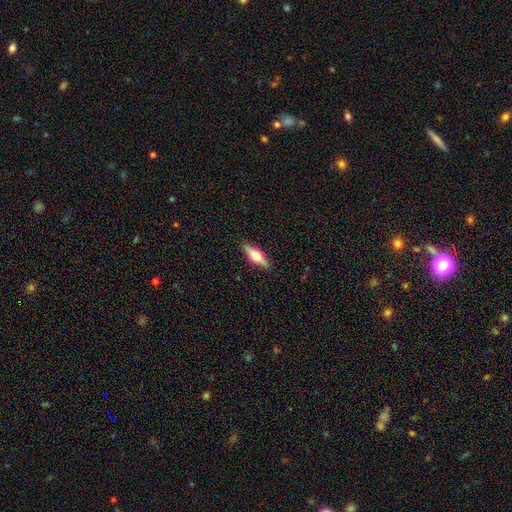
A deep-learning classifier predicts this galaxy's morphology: This appears to be a featured or disk galaxy (55%) viewed edge-on (94%) with a rounded central bulge (94%). Merging: none (89%).